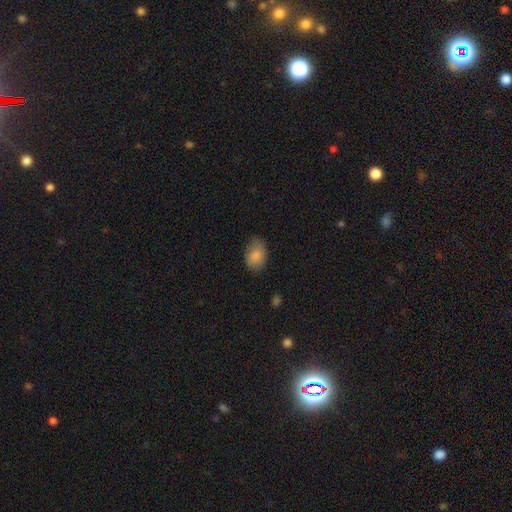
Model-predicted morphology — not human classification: Overall: smooth (86%). How rounded: in between (80%). Merging: none (75%).